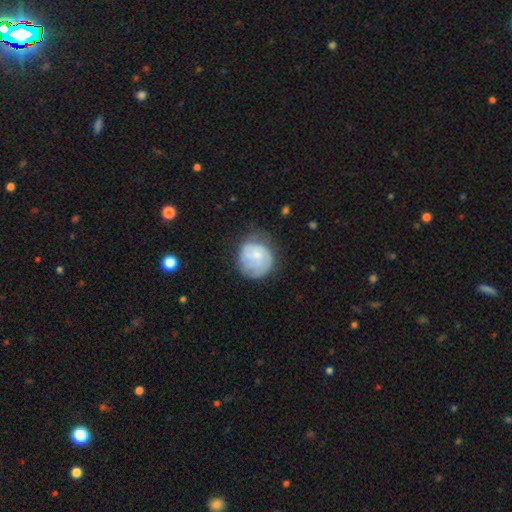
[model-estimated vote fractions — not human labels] smooth_or_featured: smooth (p=0.47) [tied with: featured or disk p=0.47]
merging: none (p=0.55) [alt: minor disturbance p=0.28]